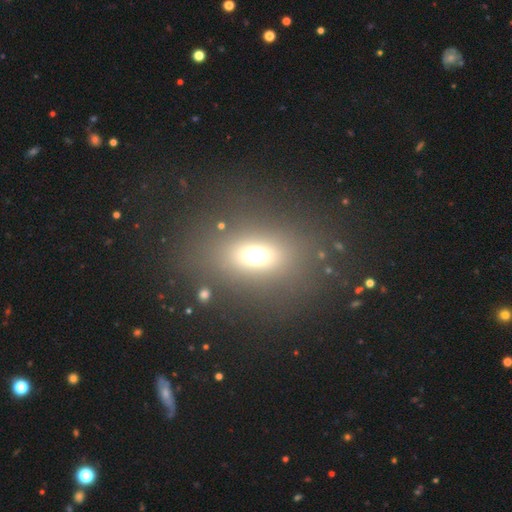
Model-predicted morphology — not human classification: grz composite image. It shows a smooth galaxy with no disk features (65%) that is in between round and cigar-shaped (61%). Merging: none (79%).